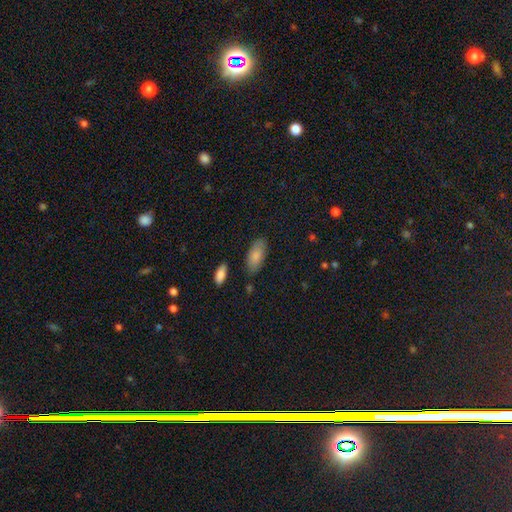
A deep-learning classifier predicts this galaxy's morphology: Smooth or featured: smooth — 84% (featured or disk — 10%)
How rounded: in between — 90% (cigar-shaped — 8%)
Merging: none — 81% (minor disturbance — 14%)